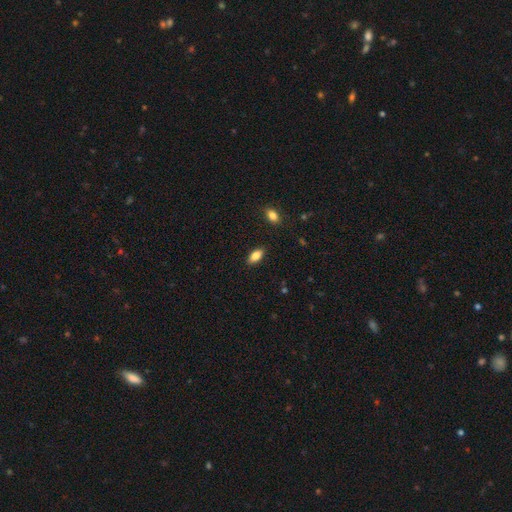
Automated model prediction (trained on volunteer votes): Smooth or featured? smooth (78%)
How rounded? in between (86%)
Merging? none (88%)